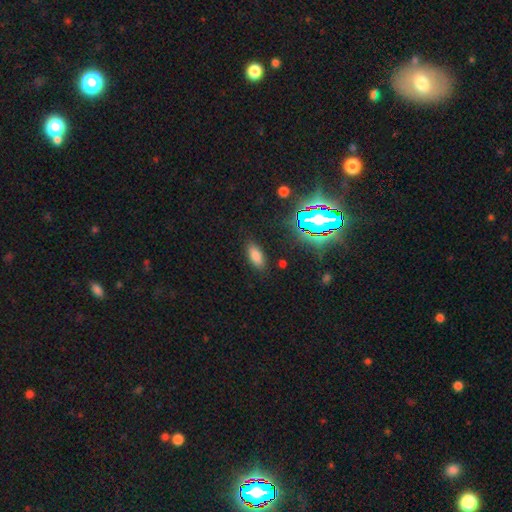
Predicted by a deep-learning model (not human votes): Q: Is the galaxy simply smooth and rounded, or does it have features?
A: smooth — 74%.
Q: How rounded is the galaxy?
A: in between — 85%.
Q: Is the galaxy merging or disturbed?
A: none — 86%.